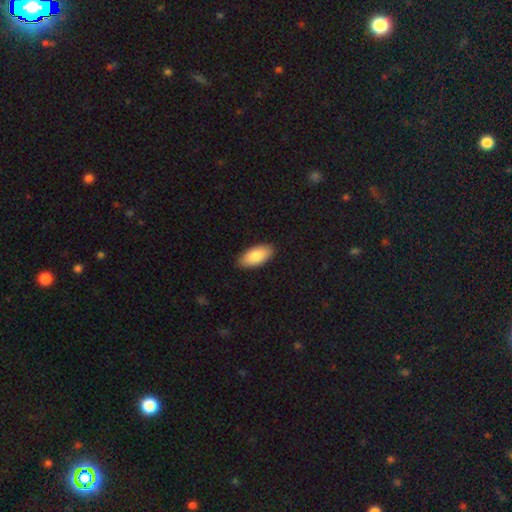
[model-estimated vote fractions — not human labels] Overall: smooth (86%). How rounded: in between (94%). Merging: none (88%).